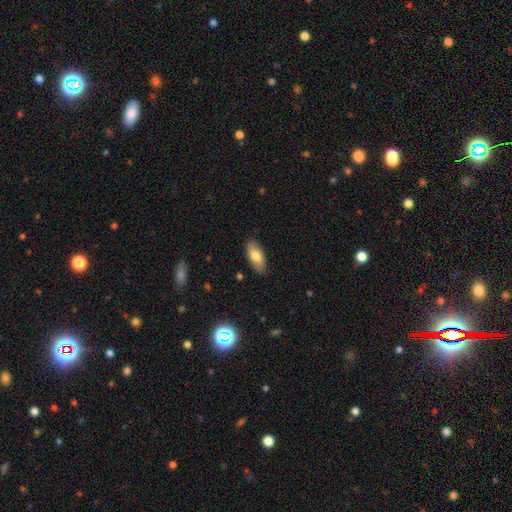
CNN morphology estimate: smooth_or_featured: smooth (p=0.76) [alt: featured or disk p=0.17]
how_rounded: in between (p=0.87) [alt: cigar-shaped p=0.10]
merging: none (p=0.86) [alt: minor disturbance p=0.11]